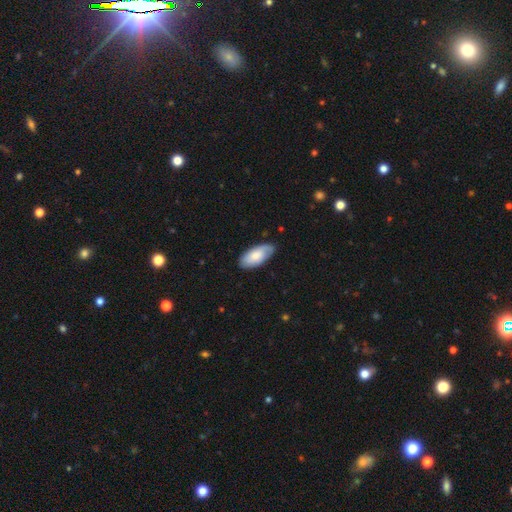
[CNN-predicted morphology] Smooth or featured: smooth — 73% (featured or disk — 21%)
How rounded: in between — 91% (cigar-shaped — 7%)
Merging: none — 80% (minor disturbance — 16%)